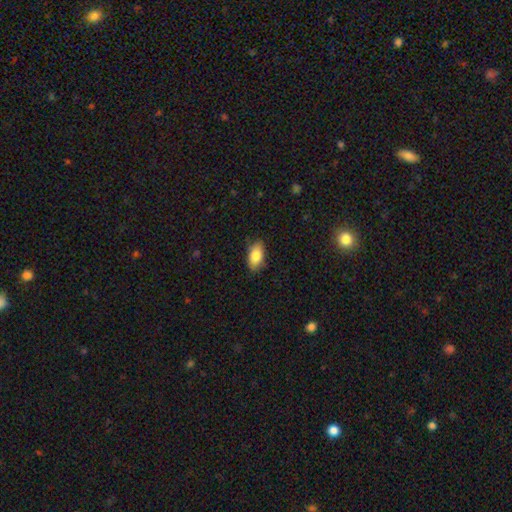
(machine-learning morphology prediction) This appears to be a smooth galaxy with no disk features (84%) that is in between round and cigar-shaped (93%). Merging: none (84%).